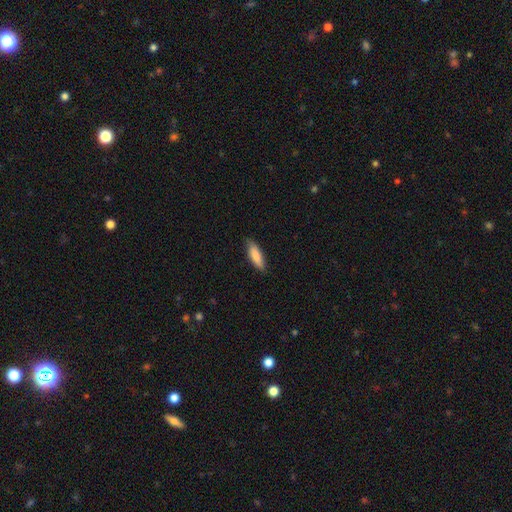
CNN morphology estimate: type=smooth (84%); roundness=in between (50%); merging=none (82%).